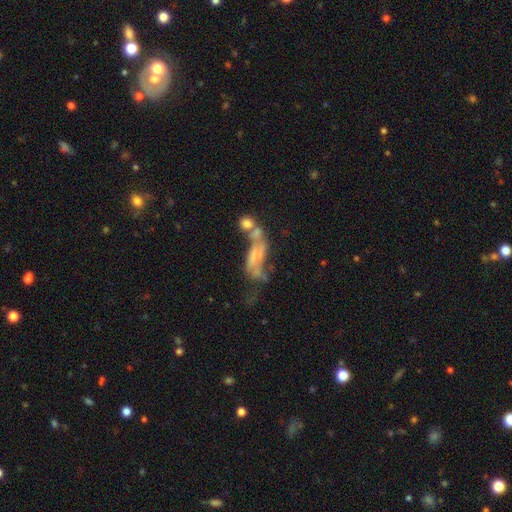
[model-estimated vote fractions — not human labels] Overall: featured or disk (55%; smooth 30%). Edge-on disk: no (90%). Merging: merger (39%; major disturbance 30%).